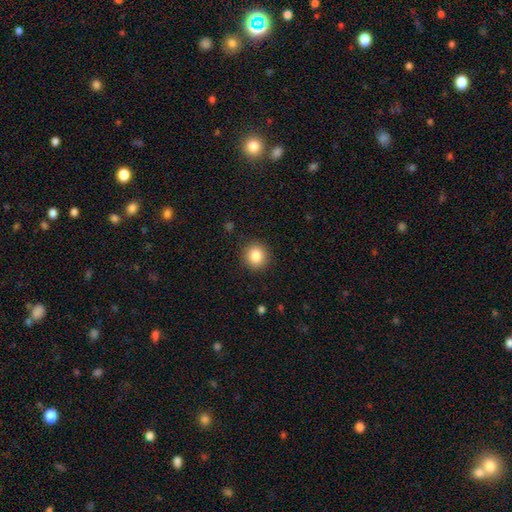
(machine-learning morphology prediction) This appears to be a smooth galaxy with no disk features (85%) that is round (92%). Merging: none (90%).